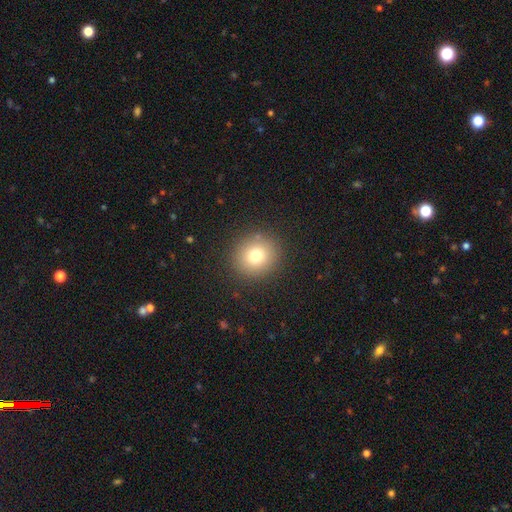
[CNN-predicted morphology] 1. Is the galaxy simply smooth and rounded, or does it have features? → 76% smooth, 14% star or artifact, 10% featured or disk.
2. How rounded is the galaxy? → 89% round, 10% in between, 1% cigar-shaped.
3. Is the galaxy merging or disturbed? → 89% none, 6% minor disturbance, 3% major disturbance, 1% merger.